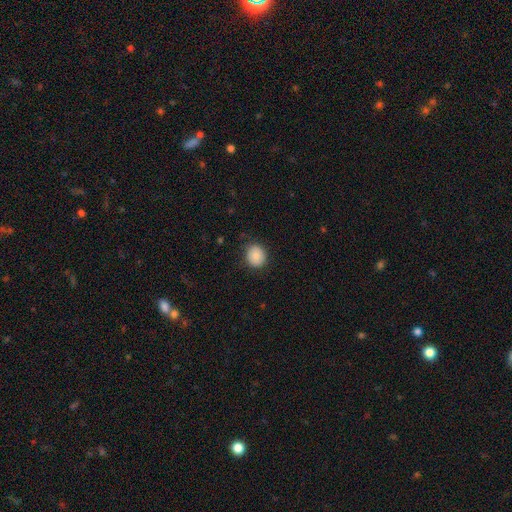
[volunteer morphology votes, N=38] A smooth galaxy with no disk features (84%) that is round (81%).

Vote fractions:
- Smooth or featured? smooth: 84% / featured or disk: 8% / star or artifact: 8%
- How rounded? round: 81% / in between: 19% / cigar-shaped: 0%
- Merging? none: 94% / minor disturbance: 3% / merger: 3% / major disturbance: 0%